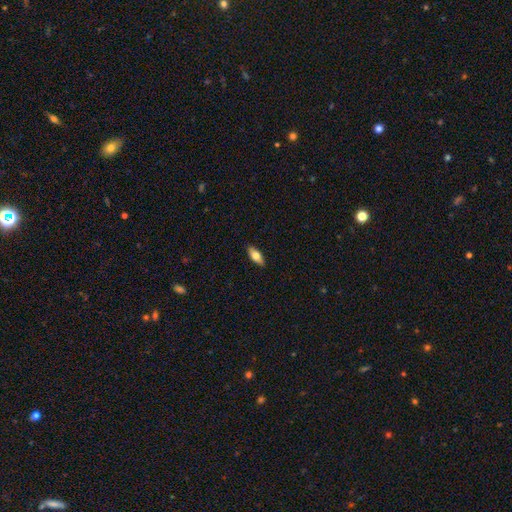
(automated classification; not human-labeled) smooth 65%, featured or disk 29%, star or artifact 6%. Down the decision tree: how rounded — in between (76%); merging — none (89%).